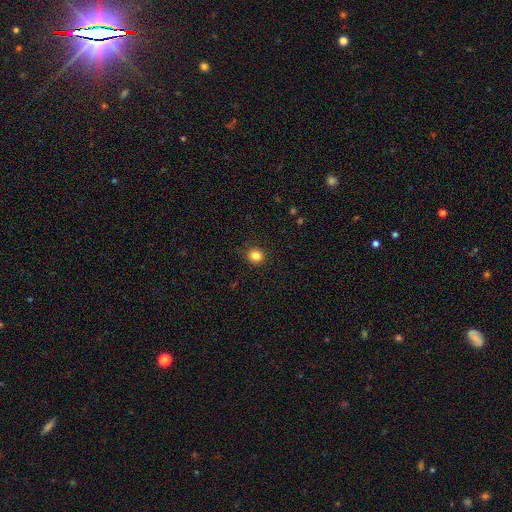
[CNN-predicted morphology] type=smooth (83%); roundness=round (86%); merging=none (88%).